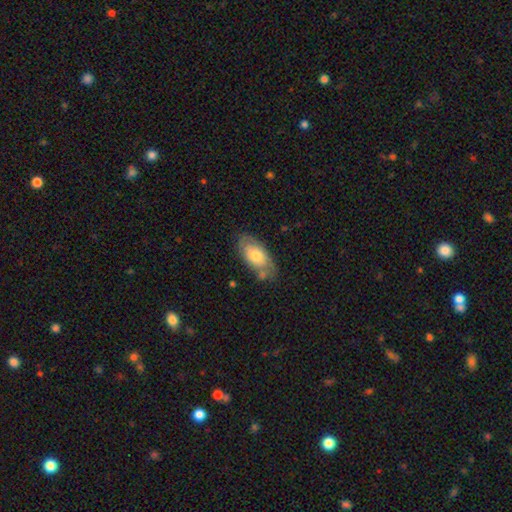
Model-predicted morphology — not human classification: smooth-or-featured: smooth: 66% | featured or disk: 28% | star or artifact: 6%
  how-rounded: in between: 90% | cigar-shaped: 6% | round: 4%
  merging: none: 65% | minor disturbance: 22% | merger: 8% | major disturbance: 5%